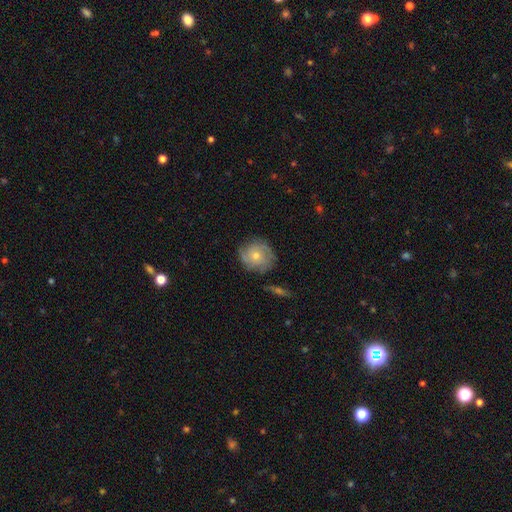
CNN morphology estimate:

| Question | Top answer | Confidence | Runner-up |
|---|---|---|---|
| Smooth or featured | featured or disk | 54% | smooth (39%) |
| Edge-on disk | no | 96% | yes (4%) |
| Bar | no | 83% | weak (15%) |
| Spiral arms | yes | 83% | no (17%) |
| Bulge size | moderate | 52% | small (43%) |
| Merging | none | 74% | minor disturbance (18%) |